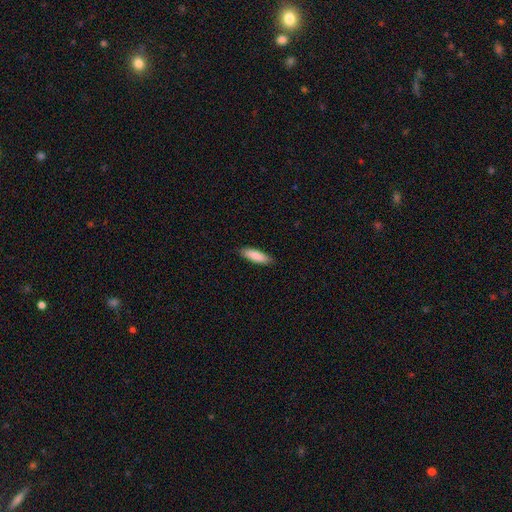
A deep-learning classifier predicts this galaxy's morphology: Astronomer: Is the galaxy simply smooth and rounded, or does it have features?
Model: smooth — 86%.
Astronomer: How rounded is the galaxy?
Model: in between — 51% (runner-up: cigar-shaped, 48%).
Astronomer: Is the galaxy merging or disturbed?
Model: none — 87%.